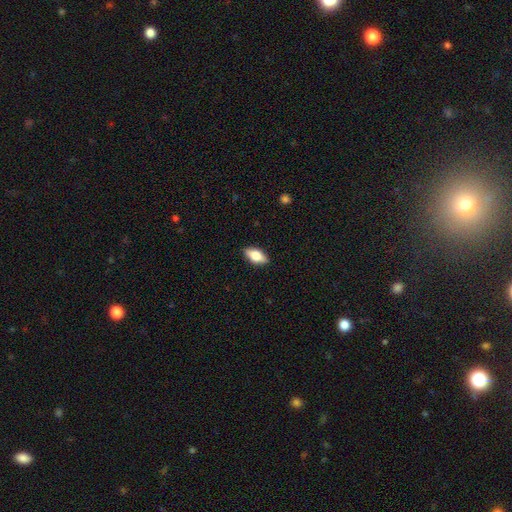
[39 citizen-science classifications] This is possibly a smooth galaxy (56%). How rounded: clearly in between (86%). Merging: clearly none (92%).